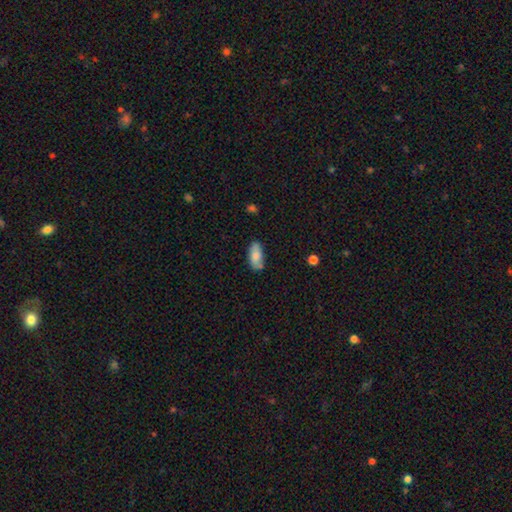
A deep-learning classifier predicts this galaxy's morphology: This appears to be a smooth galaxy with no disk features (77%) that is in between round and cigar-shaped (91%). Merging: none (72%).